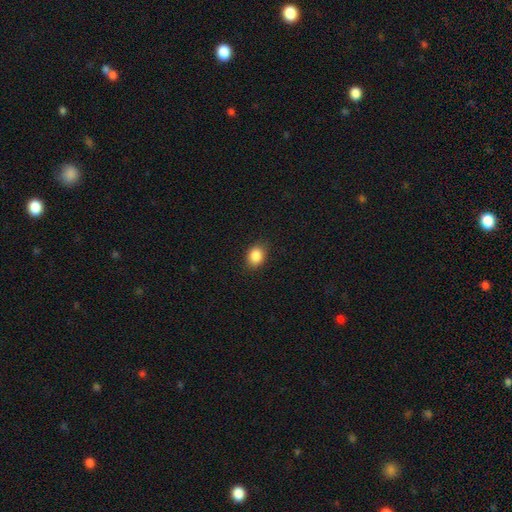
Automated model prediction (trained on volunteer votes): This appears to be a smooth galaxy with no disk features (87%) that is in between round and cigar-shaped (56%). Merging: none (86%).